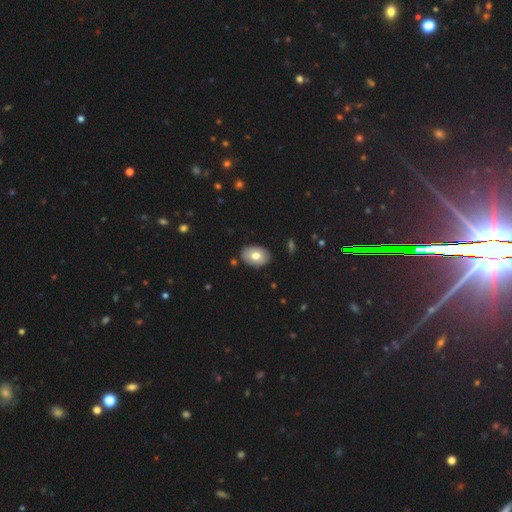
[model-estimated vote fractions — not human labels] Q: Smooth or featured?
A: smooth (71%); runner-up: featured or disk (22%)
Q: How rounded?
A: in between (84%); runner-up: round (15%)
Q: Merging?
A: none (86%); runner-up: minor disturbance (11%)